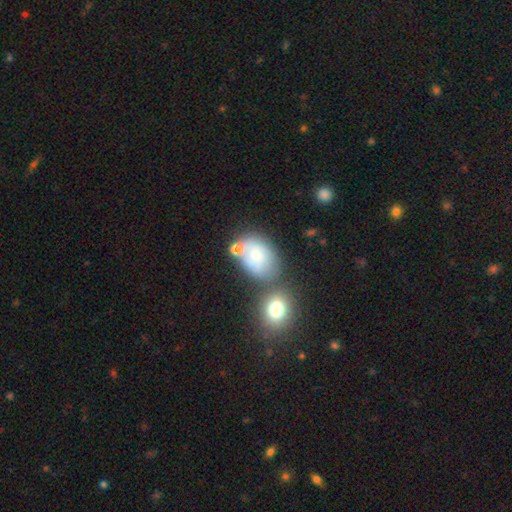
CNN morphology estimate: Smooth or featured? smooth (61%)
How rounded? in between (73%)
Merging? none (47%)